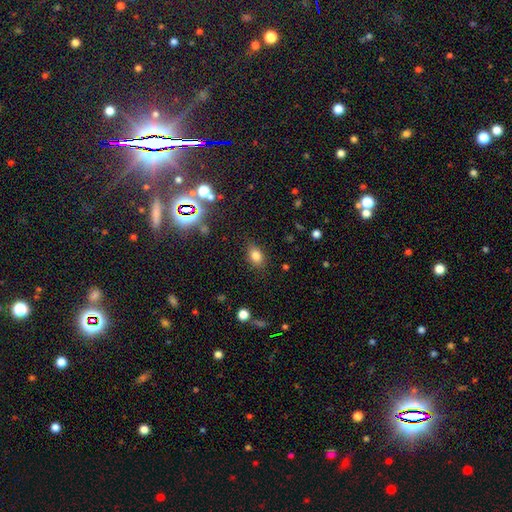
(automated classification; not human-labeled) Smooth or featured? Predicted: smooth (p=0.80). How rounded? Predicted: in between (p=0.78). Merging? Predicted: none (p=0.81).